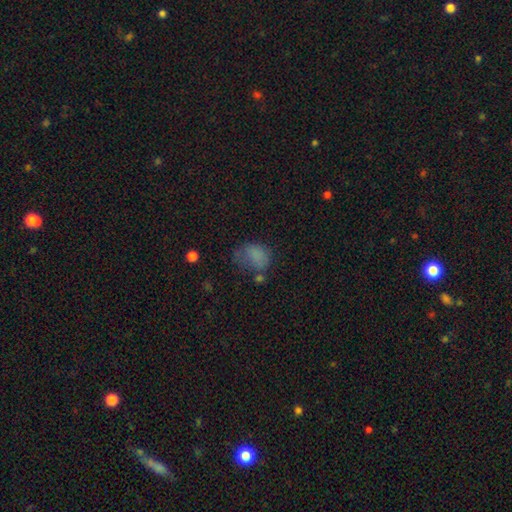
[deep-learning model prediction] smooth_or_featured: smooth (p=0.74) [alt: star or artifact p=0.14]
how_rounded: in between (p=0.66) [alt: round p=0.33]
merging: none (p=0.37) [alt: minor disturbance p=0.29]